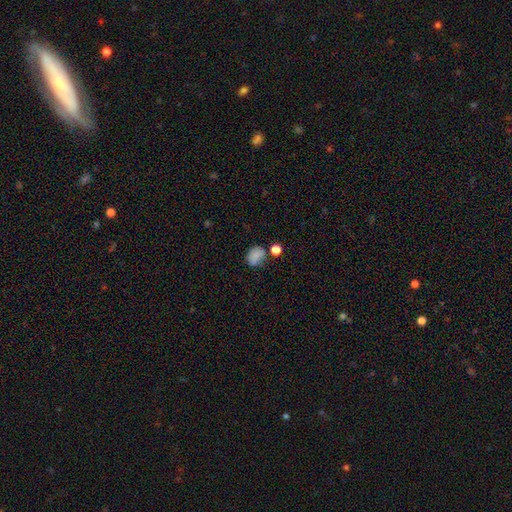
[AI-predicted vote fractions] Q: Smooth or featured?
A: smooth (78%); runner-up: star or artifact (13%)
Q: How rounded?
A: in between (55%); runner-up: round (44%)
Q: Merging?
A: none (54%); runner-up: minor disturbance (24%)